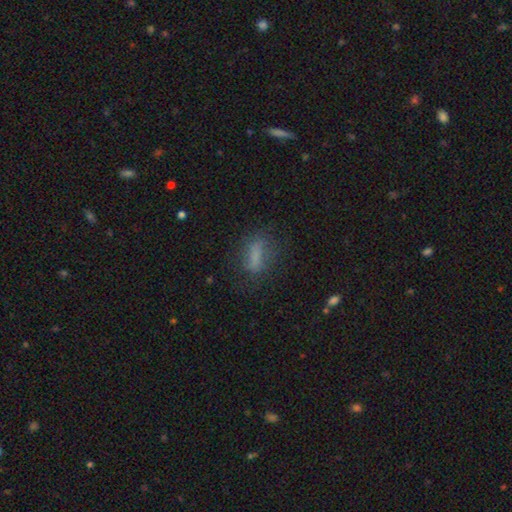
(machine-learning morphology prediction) The model was most divided on "how rounded": in between: 52%, cigar-shaped: 41%, round: 7%. More confident: smooth or featured — smooth (68%); merging — none (67%).